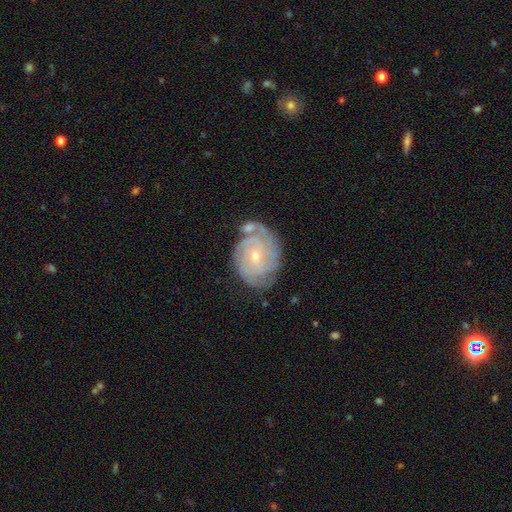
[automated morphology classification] This appears to be a featured or disk galaxy (83%) with no bar (65%), tight (74%) spiral arms (96%) and a small central bulge (68%). Merging: none (63%).